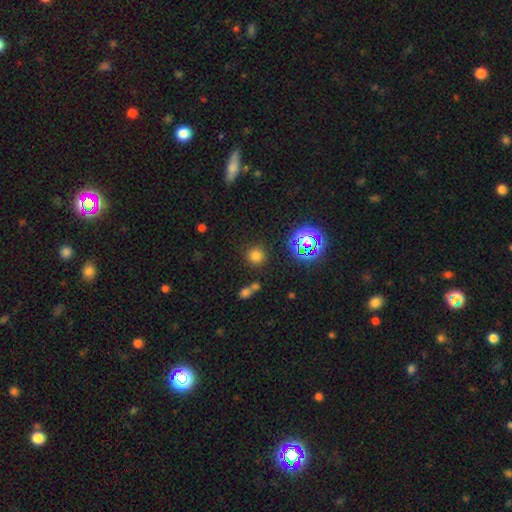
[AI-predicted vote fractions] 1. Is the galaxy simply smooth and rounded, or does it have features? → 69% smooth, 24% star or artifact, 6% featured or disk.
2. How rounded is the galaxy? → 92% round, 7% in between, 1% cigar-shaped.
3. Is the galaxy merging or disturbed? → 82% none, 7% minor disturbance, 7% merger, 3% major disturbance.